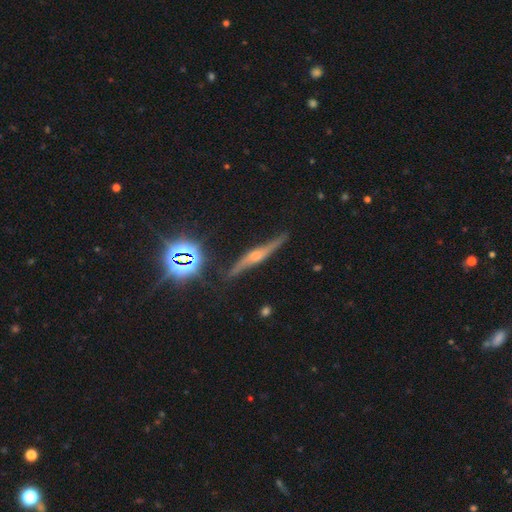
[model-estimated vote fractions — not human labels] Smooth or featured? featured or disk (72%)
Edge-on disk? yes (94%)
Edge-on bulge? rounded (86%)
Merging? none (82%)